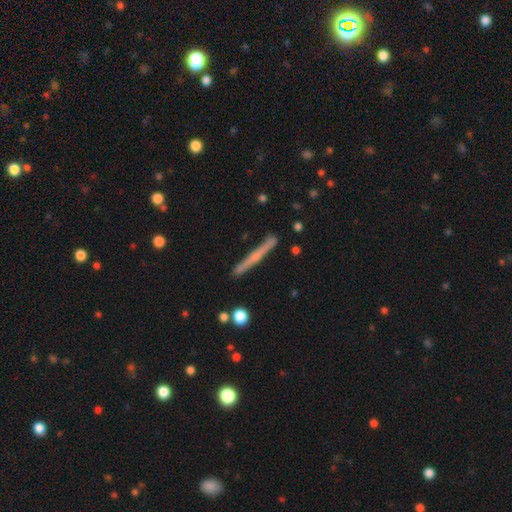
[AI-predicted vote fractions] Morphology: type=featured or disk (55%); edge-on=yes (97%); edge-on bulge=none (54%); merging=none (87%).